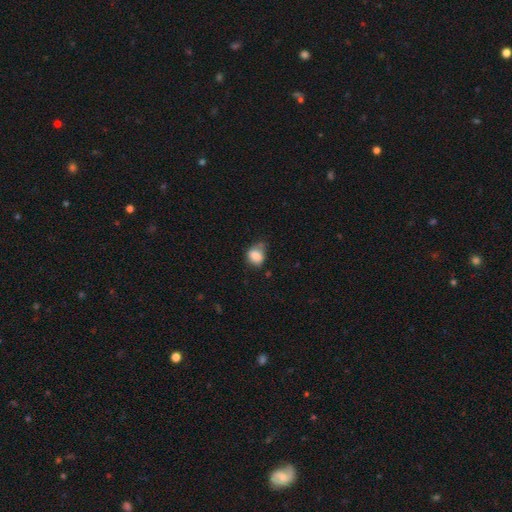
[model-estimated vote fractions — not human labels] Smooth or featured? Predicted: smooth (p=0.82). How rounded? Predicted: in between (p=0.54). Merging? Predicted: minor disturbance (p=0.41).